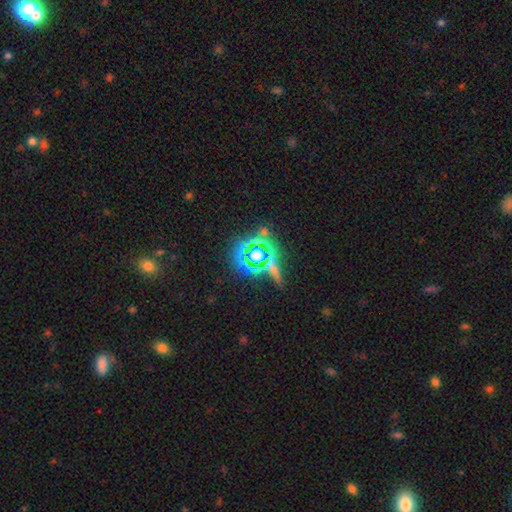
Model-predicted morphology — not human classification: Smooth or featured: star or artifact — 67% (smooth — 21%)